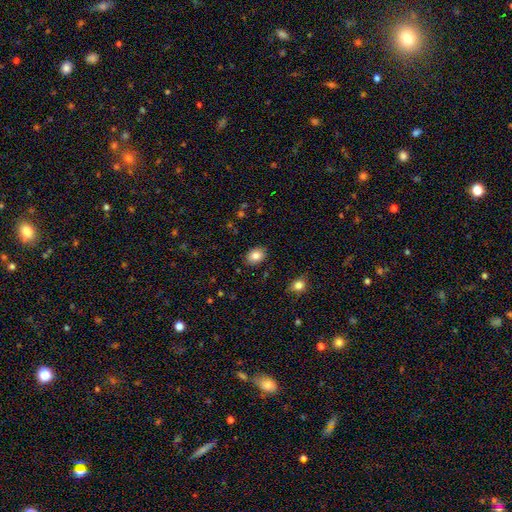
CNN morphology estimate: Overall: smooth (84%). How rounded: in between (73%). Merging: none (87%).